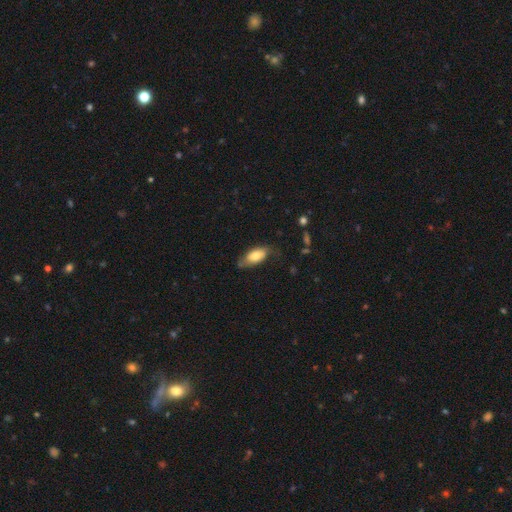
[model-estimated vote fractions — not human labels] Smooth or featured? smooth (70%)
How rounded? in between (88%)
Merging? none (60%)